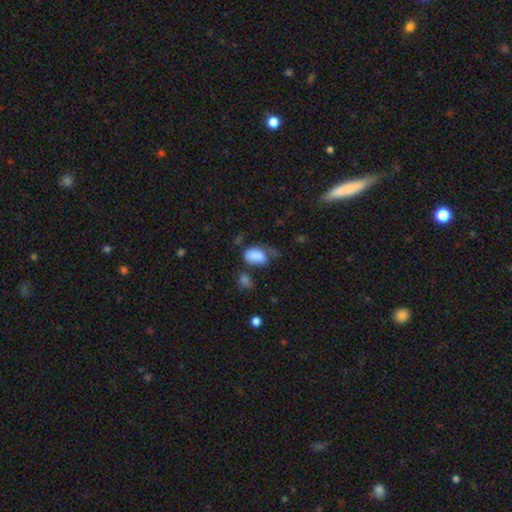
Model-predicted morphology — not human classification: Smooth or featured? Predicted: smooth (p=0.81). How rounded? Predicted: in between (p=0.88). Merging? Predicted: none (p=0.30).